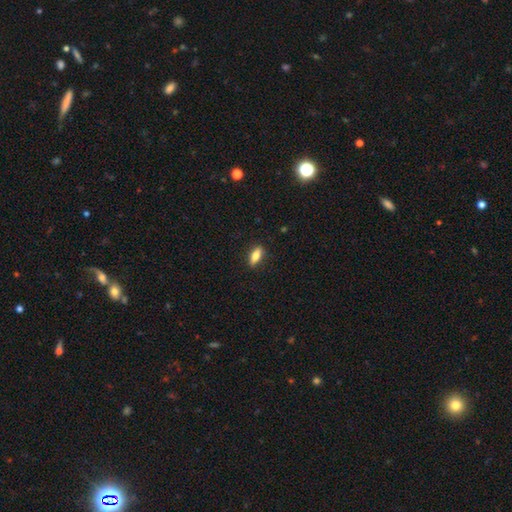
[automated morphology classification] smooth-or-featured: smooth: 71% | featured or disk: 21% | star or artifact: 7%
  how-rounded: in between: 68% | cigar-shaped: 29% | round: 4%
  merging: none: 86% | minor disturbance: 10% | major disturbance: 2% | merger: 1%